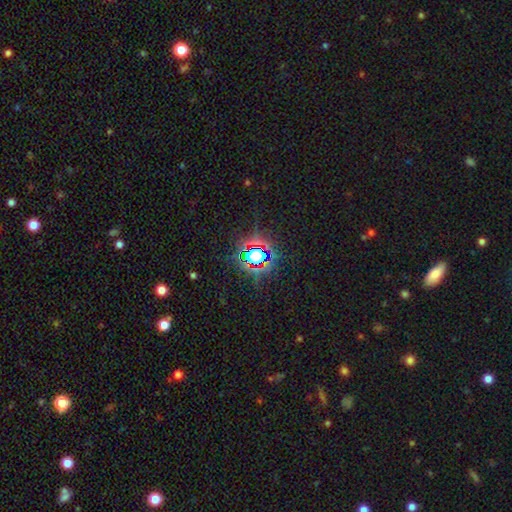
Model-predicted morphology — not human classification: A star or artifact, not a galaxy (77%).

Vote fractions:
- Smooth or featured? star or artifact: 77% / smooth: 14% / featured or disk: 9%